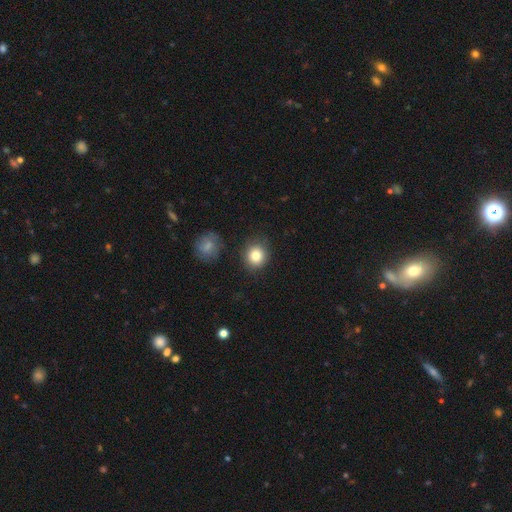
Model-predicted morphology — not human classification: type=smooth (83%); roundness=round (83%); merging=none (83%).